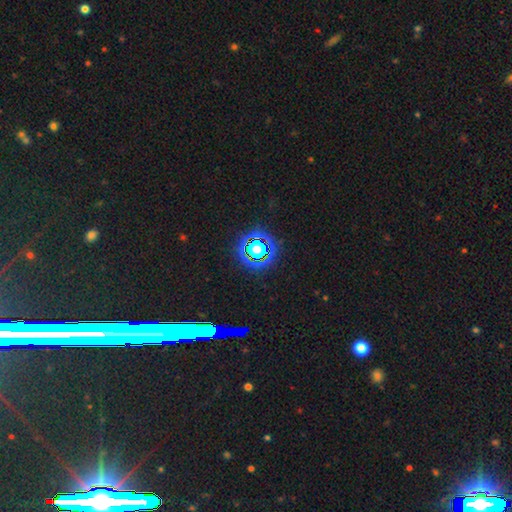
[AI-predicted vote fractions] This is likely a star or artifact rather than a galaxy (77%).